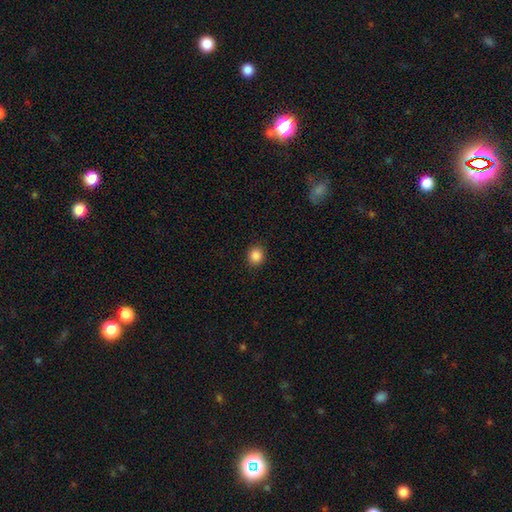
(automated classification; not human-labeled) smooth_or_featured: smooth (p=0.87) [alt: star or artifact p=0.10]
how_rounded: round (p=0.85) [alt: in between p=0.14]
merging: none (p=0.91) [alt: minor disturbance p=0.06]